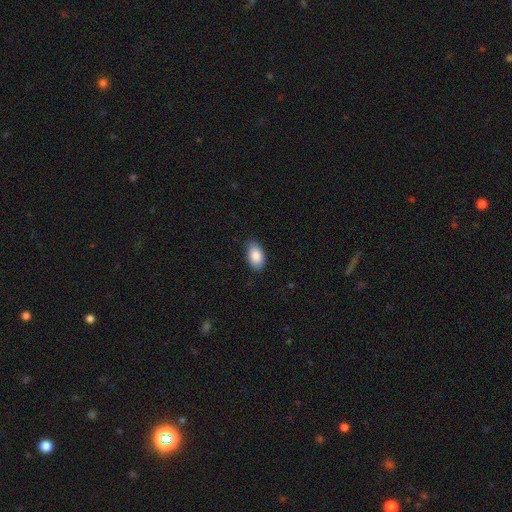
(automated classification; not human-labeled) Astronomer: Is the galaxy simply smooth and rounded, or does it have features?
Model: smooth — 87%.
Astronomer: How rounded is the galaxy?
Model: in between — 93%.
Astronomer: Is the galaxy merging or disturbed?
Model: none — 81%.